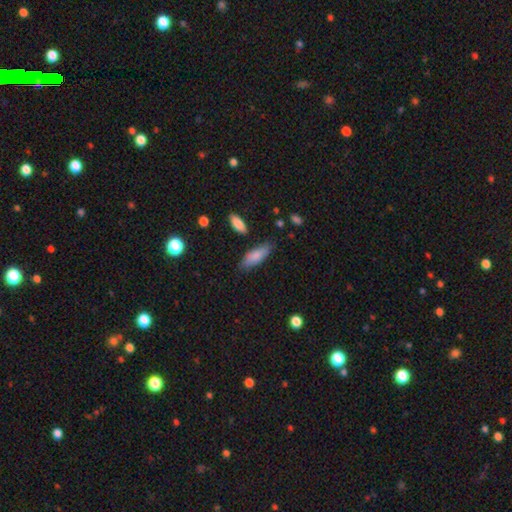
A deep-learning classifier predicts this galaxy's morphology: Q: Smooth or featured?
A: smooth (82%); runner-up: featured or disk (12%)
Q: How rounded?
A: in between (65%); runner-up: cigar-shaped (33%)
Q: Merging?
A: none (75%); runner-up: minor disturbance (18%)